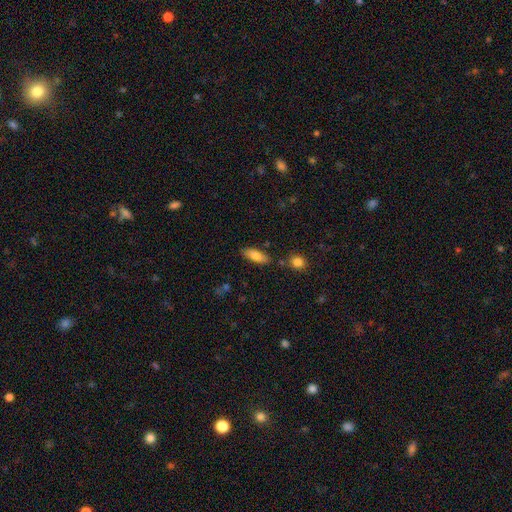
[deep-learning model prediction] This appears to be a smooth galaxy with no disk features (80%) that is in between round and cigar-shaped (70%). Merging: none (78%).